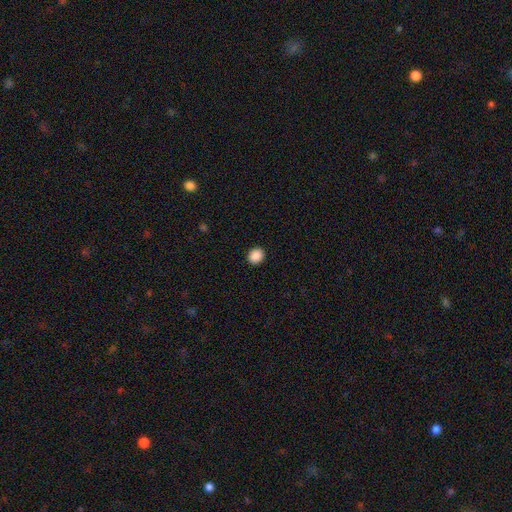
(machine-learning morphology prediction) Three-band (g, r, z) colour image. It shows a smooth galaxy with no disk features (89%) that is round (76%). Merging: none (92%).